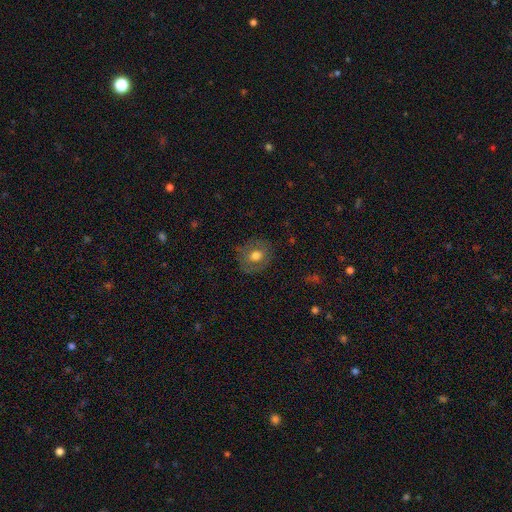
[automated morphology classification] Overall: smooth (63%; featured or disk 27%). How rounded: round (71%). Merging: none (78%).